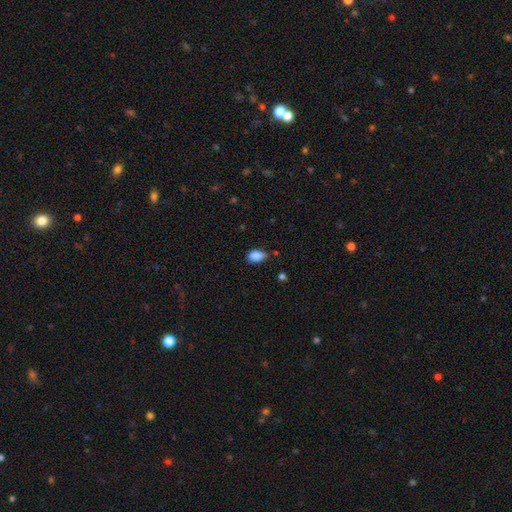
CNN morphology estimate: A smooth galaxy with no disk features (86%) that is in between round and cigar-shaped (86%).

Vote fractions:
- Smooth or featured? smooth: 86% / star or artifact: 9% / featured or disk: 5%
- How rounded? in between: 86% / round: 12% / cigar-shaped: 2%
- Merging? none: 58% / minor disturbance: 34% / major disturbance: 5% / merger: 3%